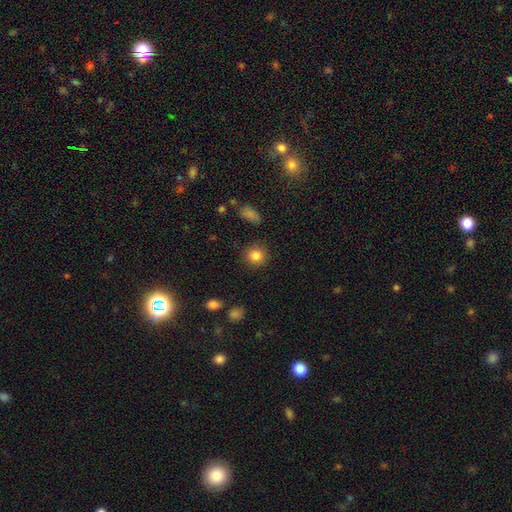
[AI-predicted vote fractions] smooth_or_featured: smooth (p=0.84) [alt: star or artifact p=0.10]
how_rounded: round (p=0.89) [alt: in between p=0.10]
merging: none (p=0.89) [alt: minor disturbance p=0.07]